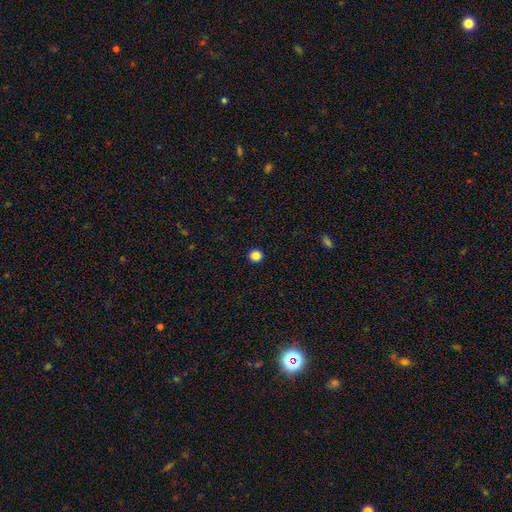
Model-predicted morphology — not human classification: type=smooth (85%); roundness=round (94%); merging=none (94%).